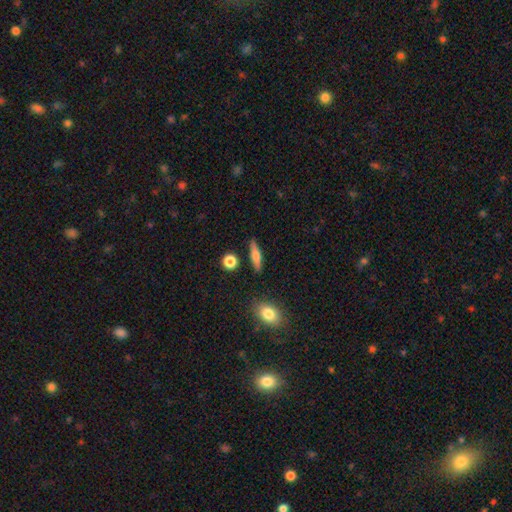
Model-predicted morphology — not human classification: Smooth or featured? Predicted: smooth (p=0.54). How rounded? Predicted: cigar-shaped (p=0.69). Merging? Predicted: none (p=0.87).